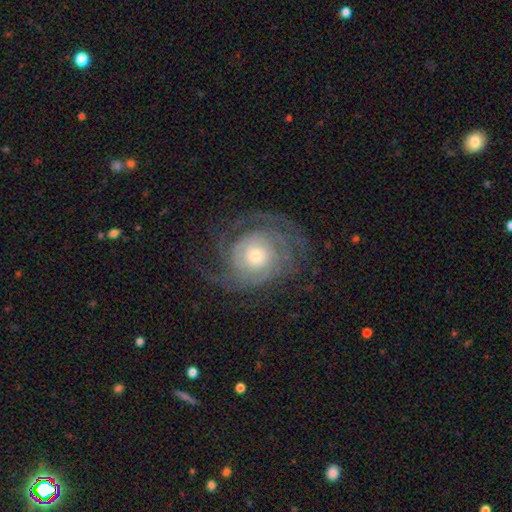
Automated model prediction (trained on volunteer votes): Q: Smooth or featured?
A: featured or disk (85%); runner-up: smooth (9%)
Q: Edge-on disk?
A: no (97%); runner-up: yes (3%)
Q: Bar?
A: no (79%); runner-up: weak (16%)
Q: Spiral arms?
A: yes (95%); runner-up: no (5%)
Q: Spiral winding?
A: tight (69%); runner-up: medium (24%)
Q: Spiral arm count?
A: can't tell (31%); runner-up: 2 (22%)
Q: Bulge size?
A: small (47%); runner-up: moderate (41%)
Q: Merging?
A: none (72%); runner-up: minor disturbance (15%)